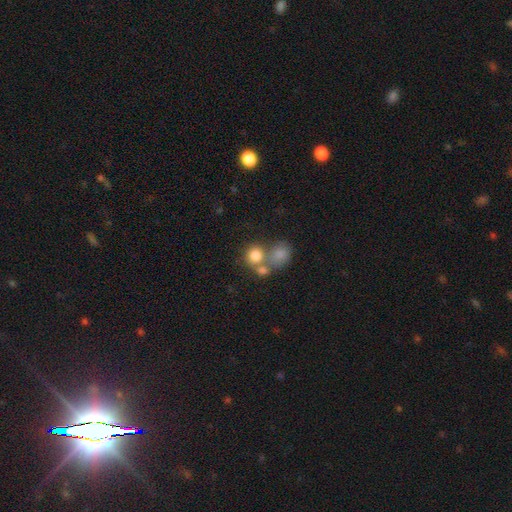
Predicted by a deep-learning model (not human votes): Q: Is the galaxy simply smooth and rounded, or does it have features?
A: smooth — 77%.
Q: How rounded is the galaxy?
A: round — 79%.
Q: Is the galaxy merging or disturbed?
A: merger — 45%.